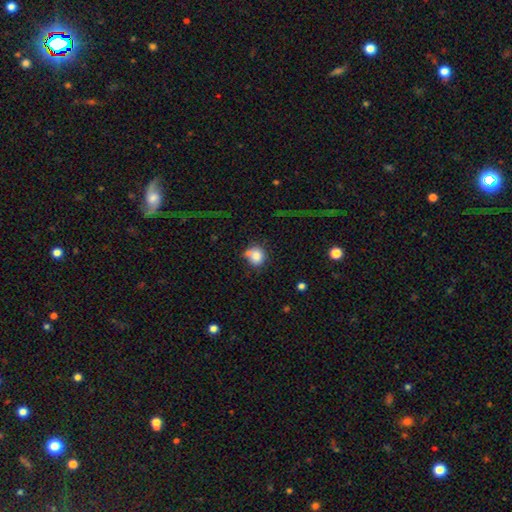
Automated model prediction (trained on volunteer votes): This appears to be a smooth galaxy with no disk features (81%) that is round (81%). Merging: none (50%).